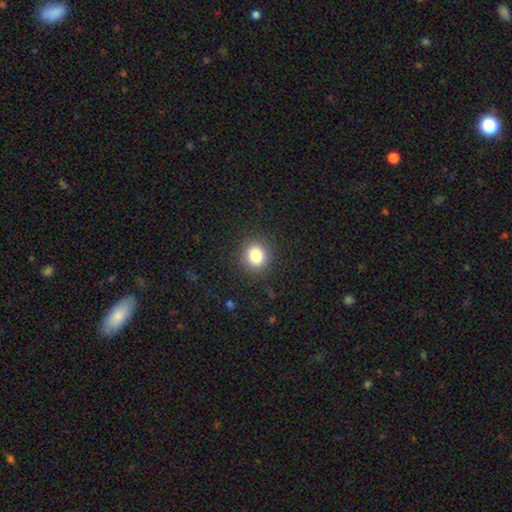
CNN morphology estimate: smooth 83%, star or artifact 11%, featured or disk 6%. Down the decision tree: how rounded — round (85%); merging — none (89%).